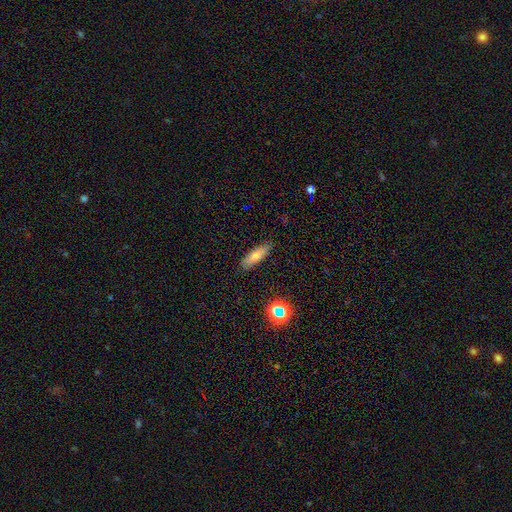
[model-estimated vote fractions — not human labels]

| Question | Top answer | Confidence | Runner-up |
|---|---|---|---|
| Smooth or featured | smooth | 68% | featured or disk (21%) |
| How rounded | cigar-shaped | 57% | in between (39%) |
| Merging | none | 87% | minor disturbance (10%) |